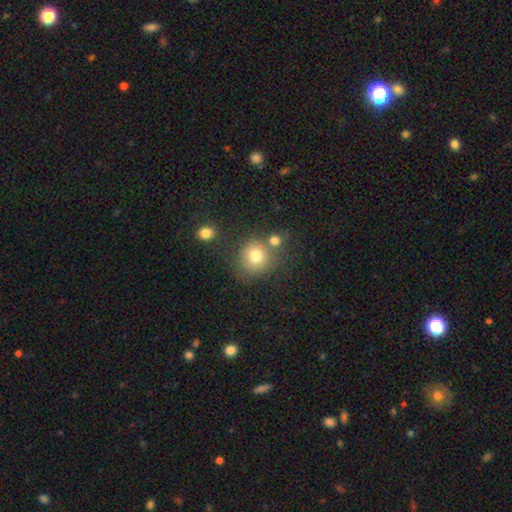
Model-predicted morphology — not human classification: Smooth or featured? smooth (78%)
How rounded? round (86%)
Merging? none (63%)